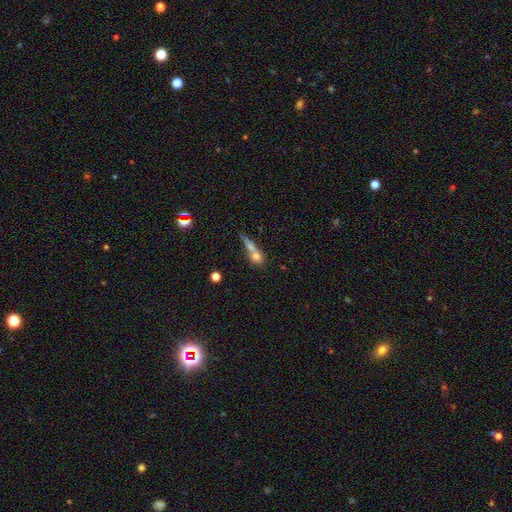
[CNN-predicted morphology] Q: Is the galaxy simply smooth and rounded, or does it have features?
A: smooth — 65%.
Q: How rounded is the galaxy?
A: round — 40%.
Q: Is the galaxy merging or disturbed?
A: merger — 52%.